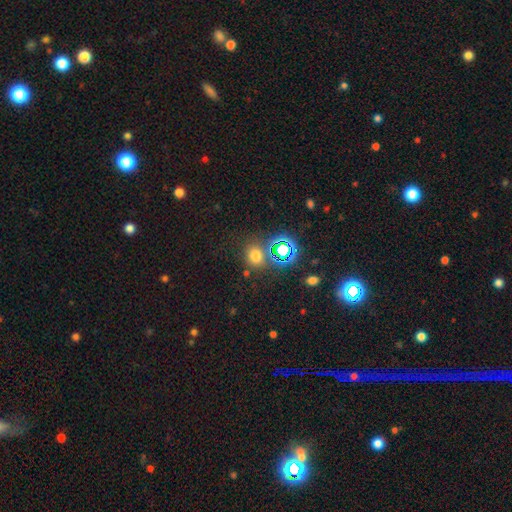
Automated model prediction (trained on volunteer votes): The model was most divided on "smooth or featured": smooth: 65%, star or artifact: 29%, featured or disk: 7%. More confident: how rounded — round (78%); merging — none (76%).